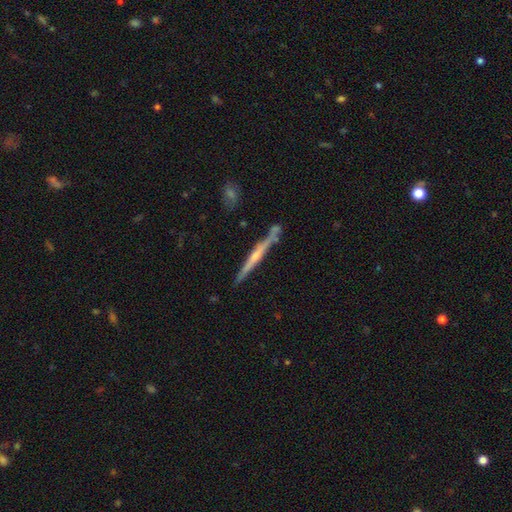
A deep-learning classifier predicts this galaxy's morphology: A featured or disk galaxy (69%) viewed edge-on (97%) with a rounded central bulge (59%).

Vote fractions:
- Smooth or featured? featured or disk: 69% / smooth: 25% / star or artifact: 6%
- Edge-on disk? yes: 97% / no: 3%
- Edge-on bulge? rounded: 59% / none: 33% / boxy: 8%
- Merging? none: 79% / minor disturbance: 12% / merger: 6% / major disturbance: 2%